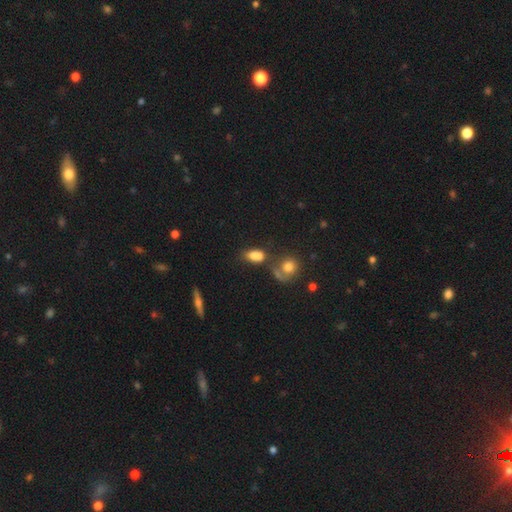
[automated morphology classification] Smooth or featured: smooth — 77% (star or artifact — 12%)
How rounded: in between — 83% (round — 13%)
Merging: none — 41% (merger — 33%)